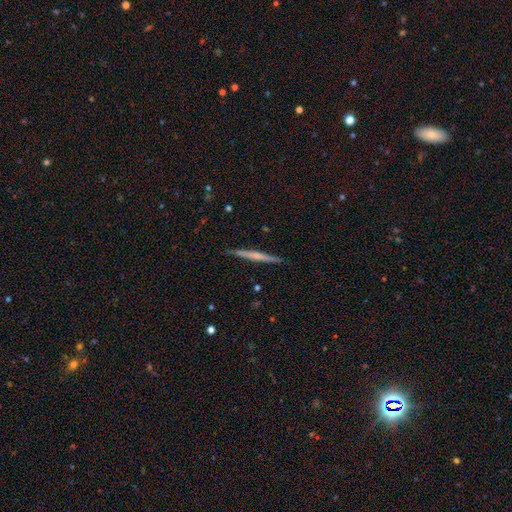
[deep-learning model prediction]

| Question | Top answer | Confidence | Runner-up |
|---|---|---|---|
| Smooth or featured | featured or disk | 60% | smooth (34%) |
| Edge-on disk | yes | 98% | no (2%) |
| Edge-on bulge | none | 59% | rounded (28%) |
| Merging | none | 90% | minor disturbance (8%) |